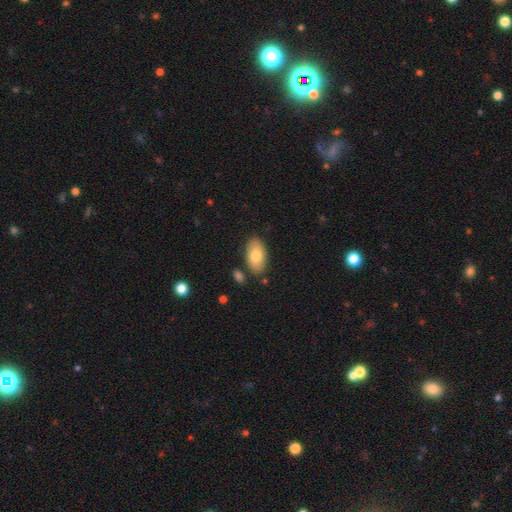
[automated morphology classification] Smooth or featured?
  - smooth: 78% *
  - featured or disk: 16%
  - star or artifact: 6%
How rounded?
  - in between: 94% *
  - round: 4%
  - cigar-shaped: 2%
Merging?
  - none: 83% *
  - minor disturbance: 11%
  - merger: 4%
  - major disturbance: 2%